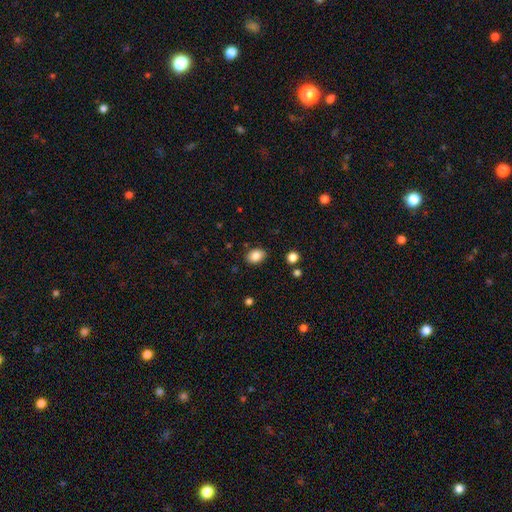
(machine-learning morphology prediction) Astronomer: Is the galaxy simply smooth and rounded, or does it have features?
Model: smooth — 87%.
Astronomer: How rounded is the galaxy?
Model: in between — 76%.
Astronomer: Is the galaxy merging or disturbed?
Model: none — 86%.